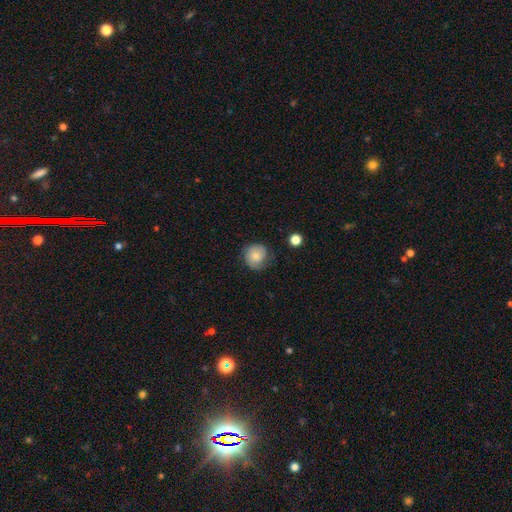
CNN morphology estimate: Smooth or featured? Predicted: smooth (p=0.68). How rounded? Predicted: round (p=0.86). Merging? Predicted: none (p=0.66).